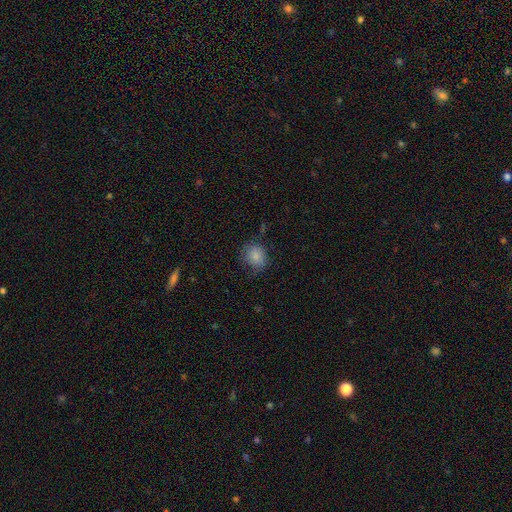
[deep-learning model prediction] smooth-or-featured: smooth: 83% | star or artifact: 9% | featured or disk: 8%
  how-rounded: round: 68% | in between: 31% | cigar-shaped: 1%
  merging: none: 68% | minor disturbance: 23% | major disturbance: 7% | merger: 2%